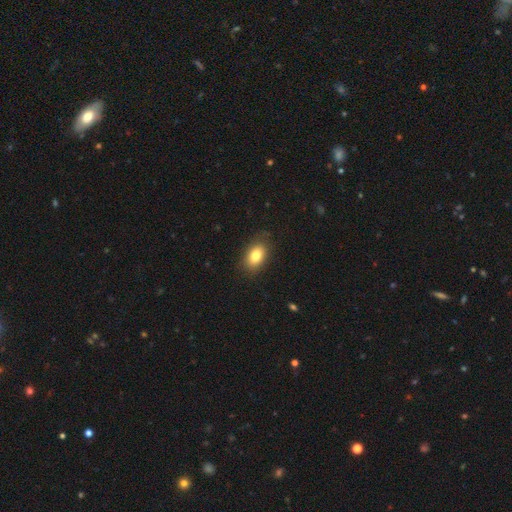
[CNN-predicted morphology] A smooth galaxy with no disk features (81%) that is in between round and cigar-shaped (87%). Merging: none (82%).